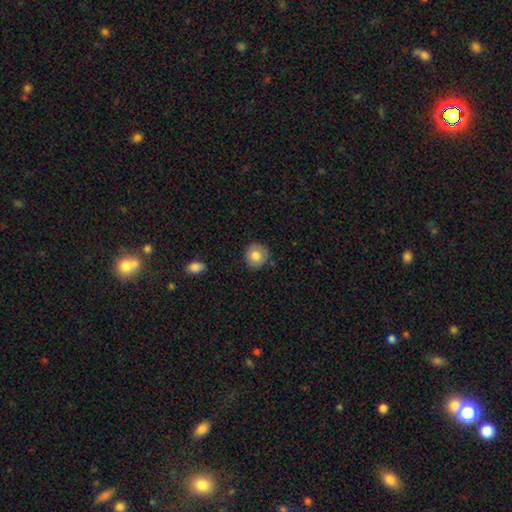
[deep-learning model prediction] smooth 80%, featured or disk 11%, star or artifact 8%. Down the decision tree: how rounded — round (90%); merging — none (85%).